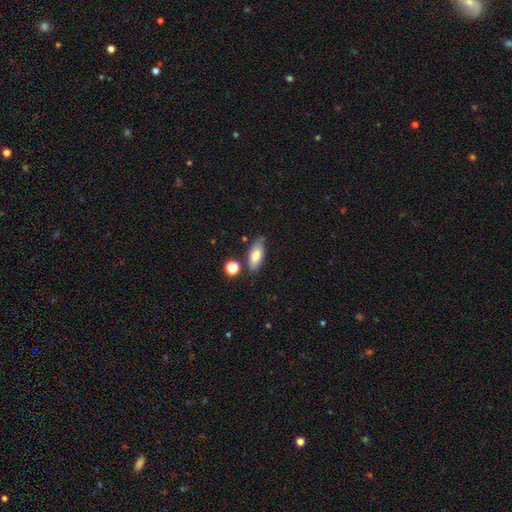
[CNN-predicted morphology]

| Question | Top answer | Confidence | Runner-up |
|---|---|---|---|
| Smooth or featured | smooth | 75% | featured or disk (18%) |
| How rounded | in between | 82% | cigar-shaped (14%) |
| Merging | none | 70% | minor disturbance (18%) |